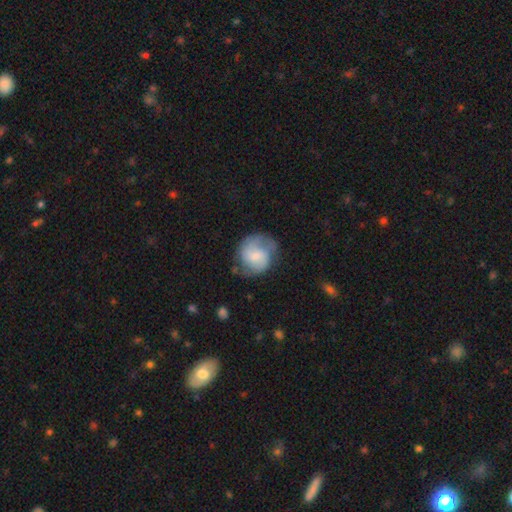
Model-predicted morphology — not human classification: This appears to be a featured or disk galaxy (53%) with no bar (46%), spiral arms (84%) and a small central bulge (45%). Merging: none (55%).